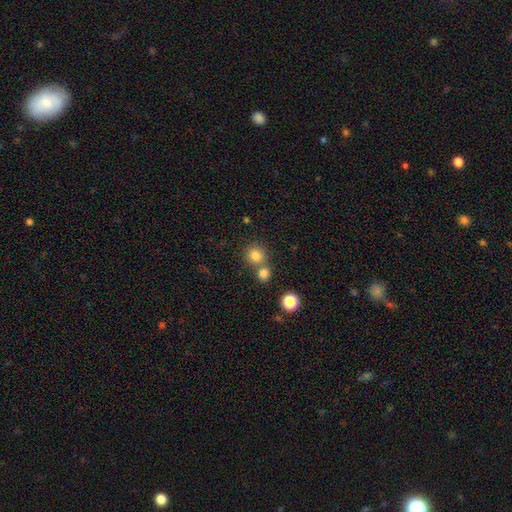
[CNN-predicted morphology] type=smooth (80%); roundness=round (89%); merging=none (62%).